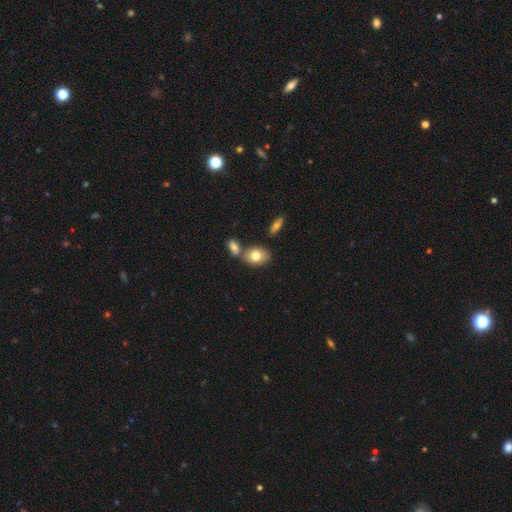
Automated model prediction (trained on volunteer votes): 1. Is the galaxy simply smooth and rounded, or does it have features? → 78% smooth, 14% featured or disk, 8% star or artifact.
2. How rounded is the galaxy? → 72% in between, 26% round, 2% cigar-shaped.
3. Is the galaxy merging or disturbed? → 60% none, 24% merger, 13% minor disturbance, 3% major disturbance.